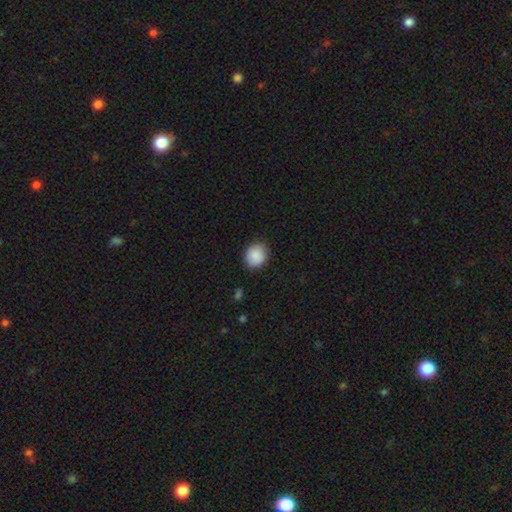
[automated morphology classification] Q: Smooth or featured?
A: smooth (89%); runner-up: star or artifact (7%)
Q: How rounded?
A: round (69%); runner-up: in between (30%)
Q: Merging?
A: none (85%); runner-up: minor disturbance (12%)